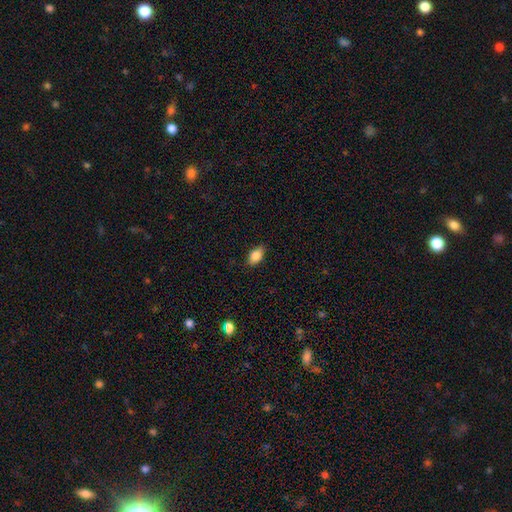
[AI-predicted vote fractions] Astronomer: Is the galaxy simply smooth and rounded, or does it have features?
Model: smooth — 84%.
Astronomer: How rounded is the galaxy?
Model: in between — 89%.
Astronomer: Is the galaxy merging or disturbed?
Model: none — 85%.